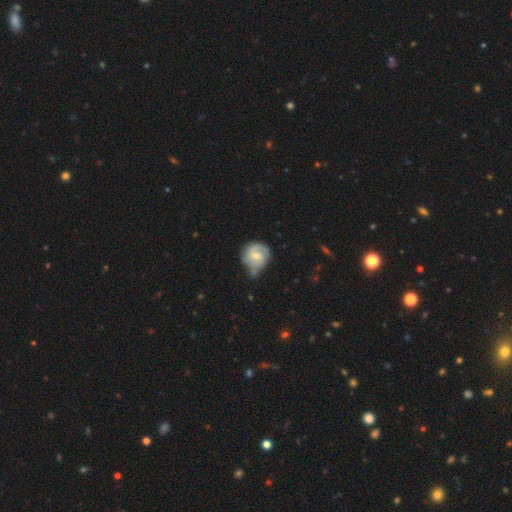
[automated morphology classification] Overall: featured or disk (60%; smooth 34%). Edge-on disk: no (98%). Bar: weak (47%; no 45%). Spiral arms: yes (83%). Bulge size: moderate (50%; small 45%). Merging: none (48%; minor disturbance 32%).